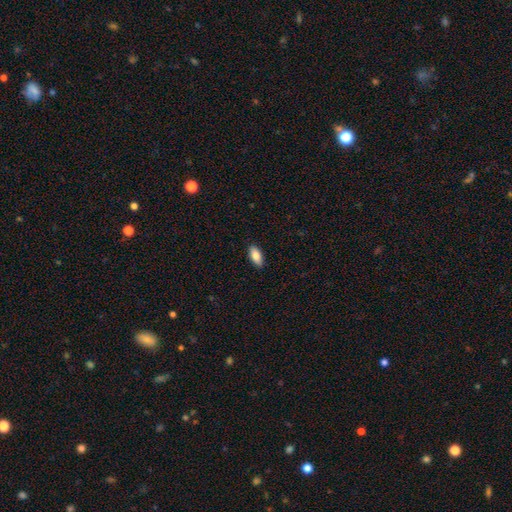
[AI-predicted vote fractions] This is clearly a smooth galaxy (83%). How rounded: clearly in between (85%). Merging: clearly none (89%).